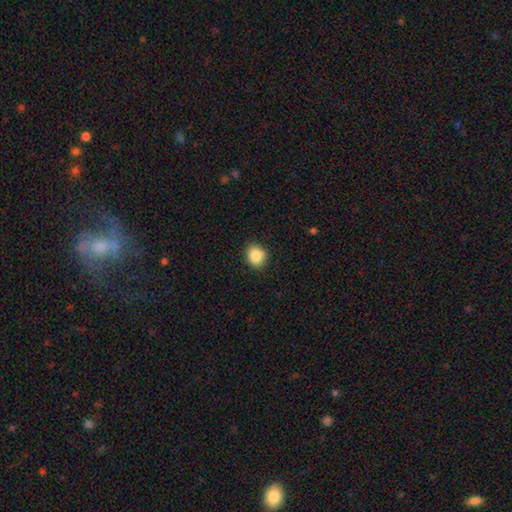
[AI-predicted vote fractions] smooth_or_featured: smooth (p=0.87) [alt: star or artifact p=0.09]
how_rounded: round (p=0.74) [alt: in between p=0.25]
merging: none (p=0.87) [alt: minor disturbance p=0.10]